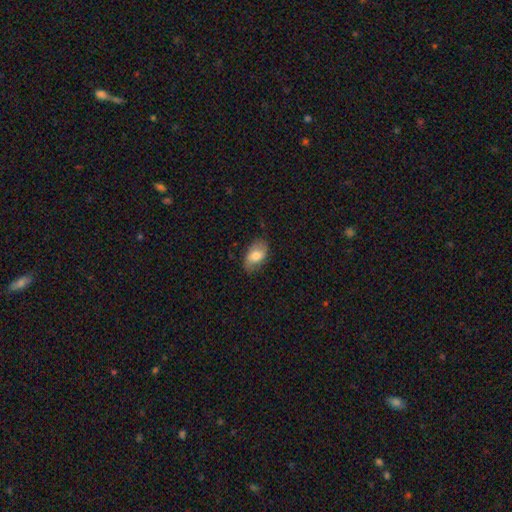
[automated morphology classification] A smooth galaxy with no disk features (71%) that is in between round and cigar-shaped (92%). Merging: none (76%).